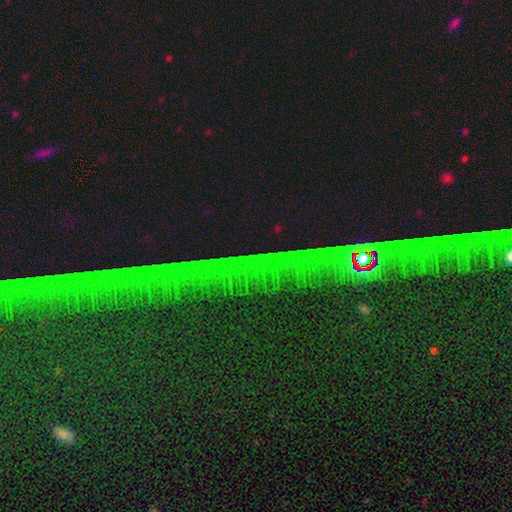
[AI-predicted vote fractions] This is clearly a star or artifact rather than a galaxy (81%).